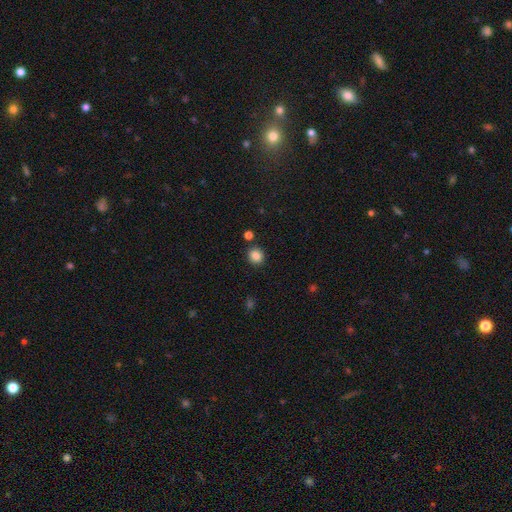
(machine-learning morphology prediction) smooth 85%, star or artifact 11%, featured or disk 4%. Down the decision tree: how rounded — round (81%); merging — none (85%).